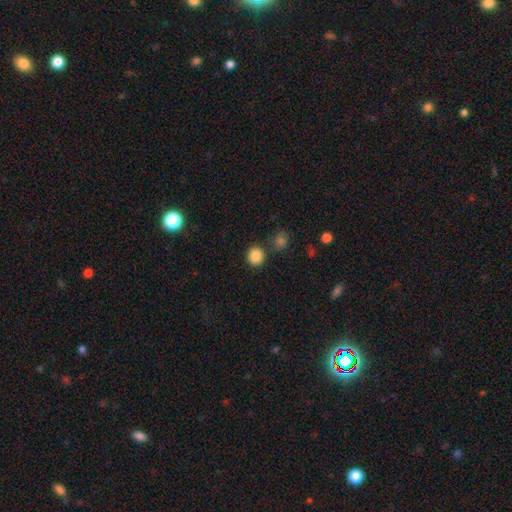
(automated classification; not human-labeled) Smooth or featured: smooth — 86% (star or artifact — 10%)
How rounded: round — 87% (in between — 12%)
Merging: none — 79% (merger — 9%)